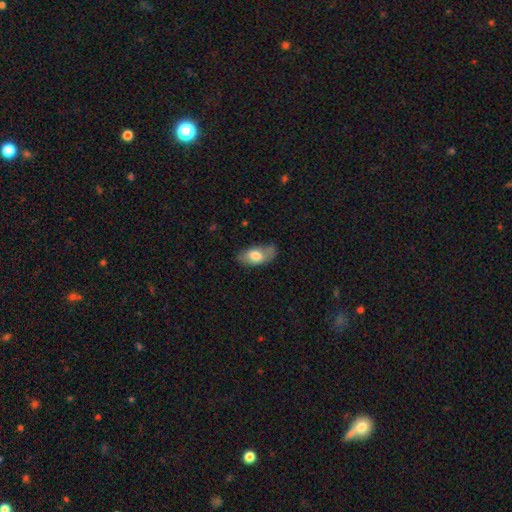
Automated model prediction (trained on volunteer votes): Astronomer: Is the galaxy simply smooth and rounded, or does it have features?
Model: smooth — 69%.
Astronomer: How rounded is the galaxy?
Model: in between — 91%.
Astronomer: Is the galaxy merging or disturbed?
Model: none — 62%.